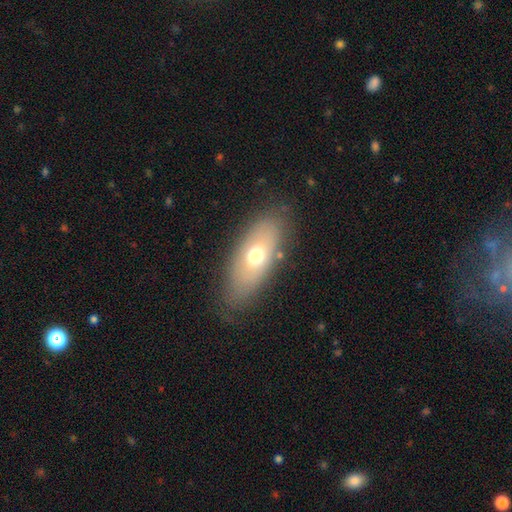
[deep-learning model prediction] A smooth galaxy with no disk features (61%) that is in between round and cigar-shaped (83%).

Vote fractions:
- Smooth or featured? smooth: 61% / featured or disk: 30% / star or artifact: 9%
- How rounded? in between: 83% / cigar-shaped: 12% / round: 5%
- Merging? none: 79% / minor disturbance: 14% / major disturbance: 5% / merger: 2%